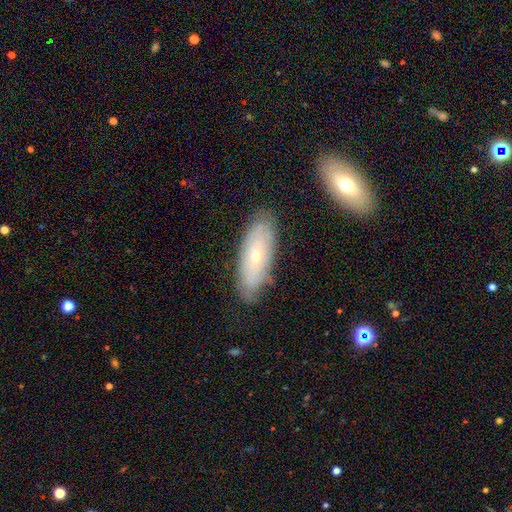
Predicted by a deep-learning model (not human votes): Smooth or featured: featured or disk — 50% (smooth — 43%)
Edge-on disk: no — 77% (yes — 23%)
Merging: none — 78% (minor disturbance — 16%)